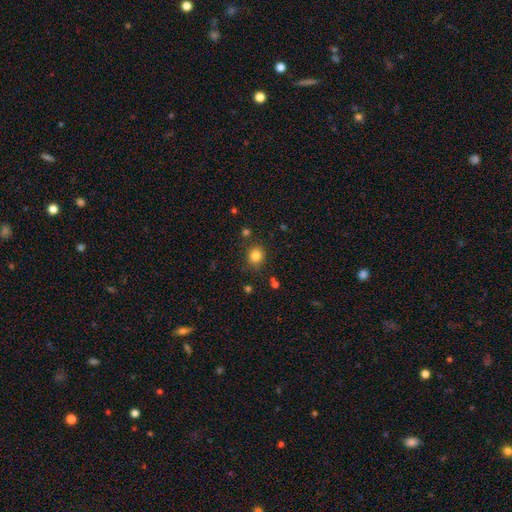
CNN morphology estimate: This is clearly a smooth galaxy (83%). How rounded: clearly round (82%). Merging: clearly none (84%).